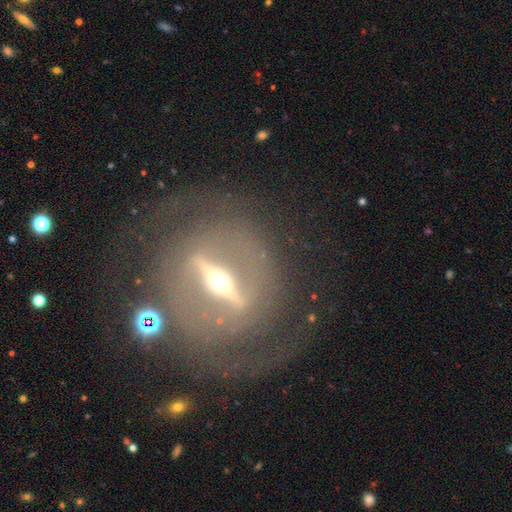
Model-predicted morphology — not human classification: Smooth or featured?
  - featured or disk: 87% *
  - smooth: 7%
  - star or artifact: 6%
Edge-on disk?
  - no: 71% *
  - yes: 29%
Bar?
  - strong: 80% *
  - weak: 15%
  - no: 5%
Spiral arms?
  - yes: 67% *
  - no: 33%
Bulge size?
  - moderate: 50% *
  - small: 42%
  - large: 5%
  - dominant: 1%
  - none: 1%
Merging?
  - none: 75% *
  - minor disturbance: 12%
  - major disturbance: 10%
  - merger: 3%